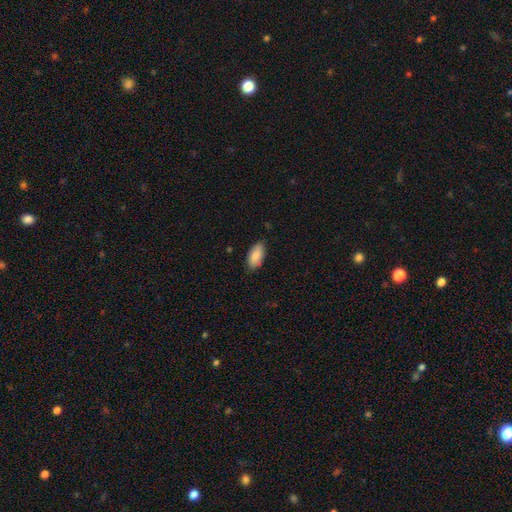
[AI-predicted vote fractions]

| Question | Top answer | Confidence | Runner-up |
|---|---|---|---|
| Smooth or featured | smooth | 84% | featured or disk (9%) |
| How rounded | in between | 93% | cigar-shaped (4%) |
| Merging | none | 80% | minor disturbance (16%) |